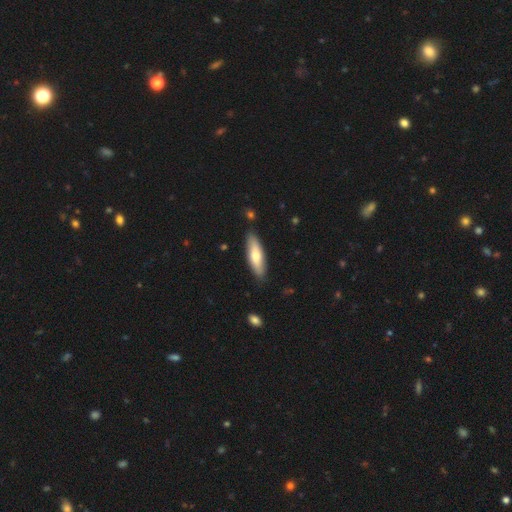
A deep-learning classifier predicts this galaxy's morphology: This is likely a smooth galaxy (68%). How rounded: possibly cigar-shaped (52%). Merging: clearly none (86%).